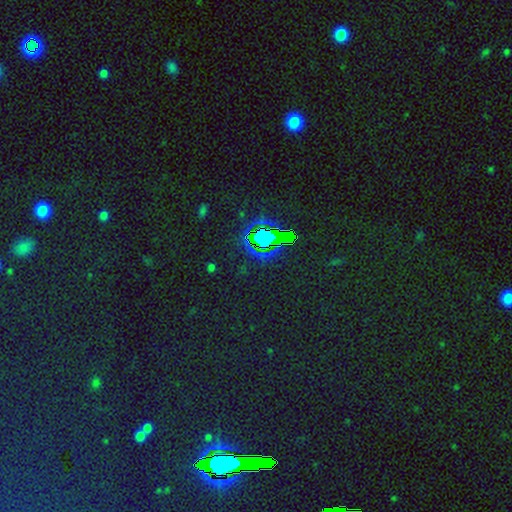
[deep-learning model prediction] Smooth or featured?
  - star or artifact: 80% *
  - smooth: 12%
  - featured or disk: 8%